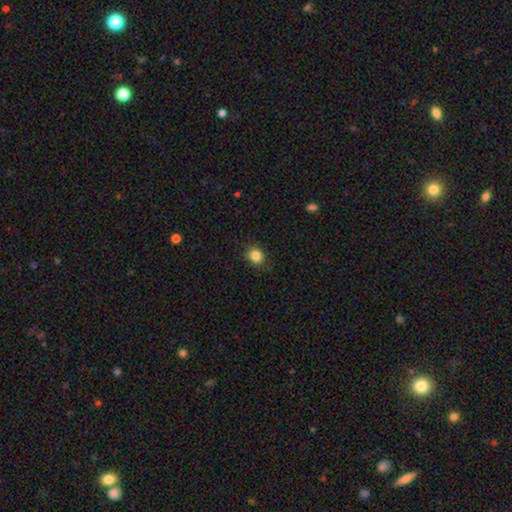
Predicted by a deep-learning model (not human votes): smooth 84%, star or artifact 11%, featured or disk 5%. Down the decision tree: how rounded — round (69%); merging — none (86%).